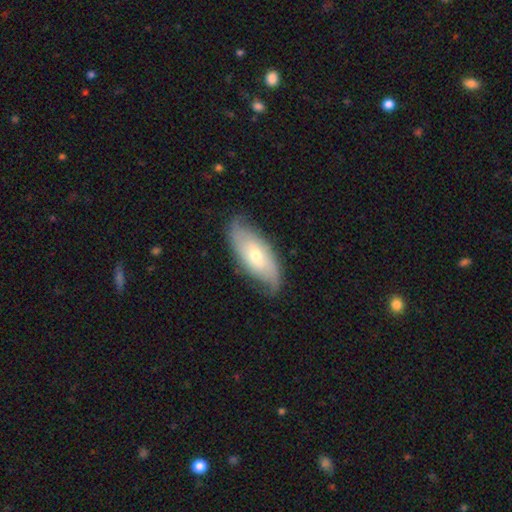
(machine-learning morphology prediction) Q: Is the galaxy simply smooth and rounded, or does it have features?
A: featured or disk — 57%.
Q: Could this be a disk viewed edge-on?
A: no — 84%.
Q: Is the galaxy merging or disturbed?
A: none — 71%.